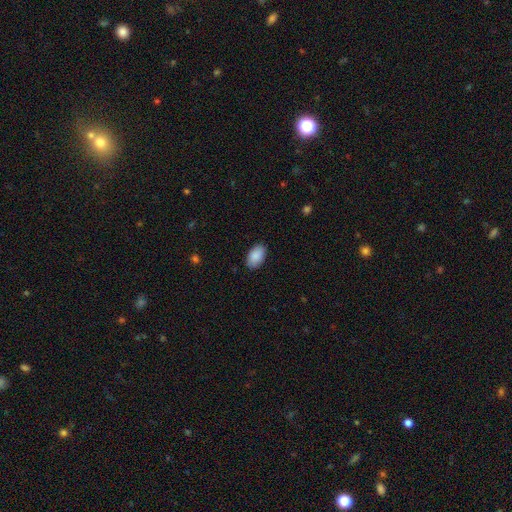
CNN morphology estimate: This appears to be a smooth galaxy with no disk features (89%) that is in between round and cigar-shaped (94%). Merging: none (87%).